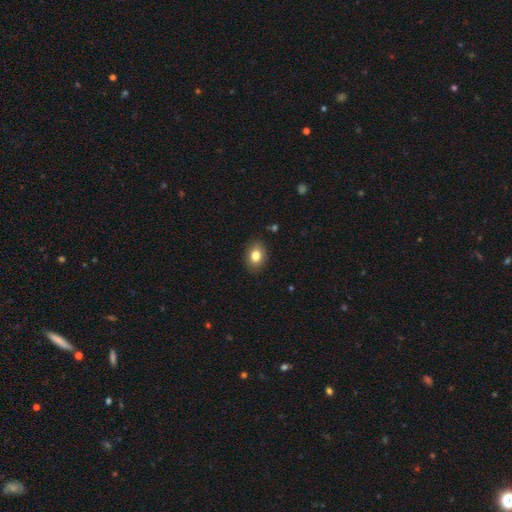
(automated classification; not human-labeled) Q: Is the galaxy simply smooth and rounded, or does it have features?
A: smooth — 82%.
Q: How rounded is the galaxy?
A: in between — 71%.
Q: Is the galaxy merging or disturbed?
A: none — 87%.